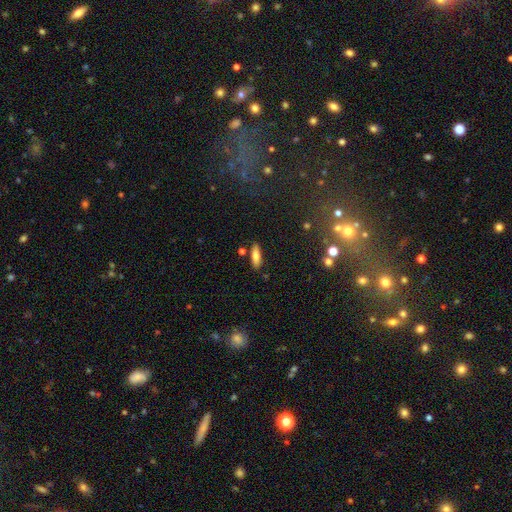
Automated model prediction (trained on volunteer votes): This is likely a smooth galaxy (75%). How rounded: possibly in between (58%). Merging: clearly none (81%).